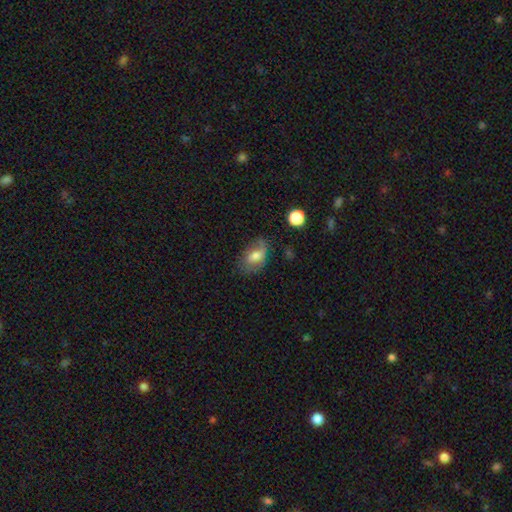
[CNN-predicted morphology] The model was most divided on "smooth or featured": smooth: 60%, featured or disk: 32%, star or artifact: 8%. More confident: how rounded — in between (86%); merging — none (57%).